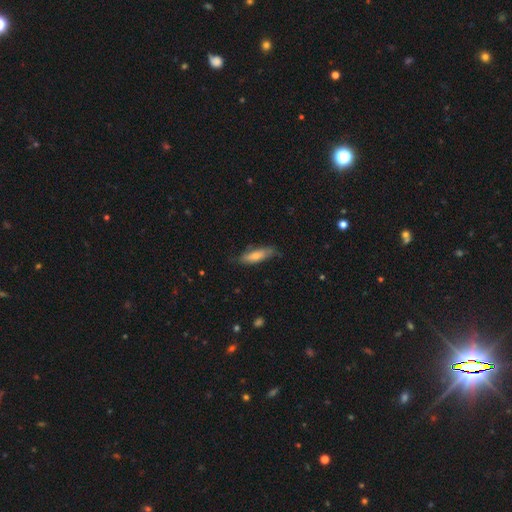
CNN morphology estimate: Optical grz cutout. It shows a smooth galaxy with no disk features (71%) that is cigar-shaped (52%). Merging: none (68%).